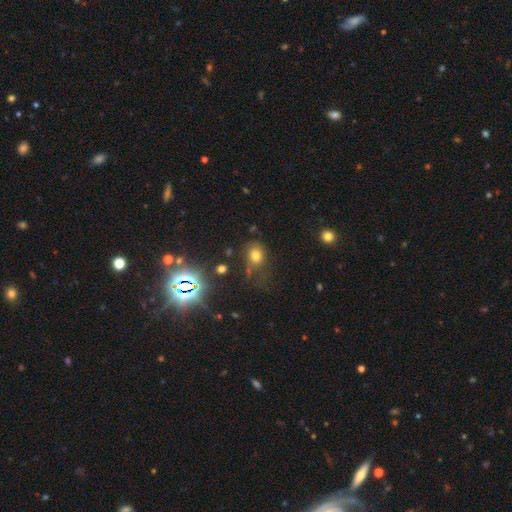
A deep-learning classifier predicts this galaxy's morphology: smooth_or_featured: smooth (p=0.70) [alt: star or artifact p=0.20]
how_rounded: round (p=0.60) [alt: in between p=0.39]
merging: none (p=0.59) [alt: minor disturbance p=0.22]